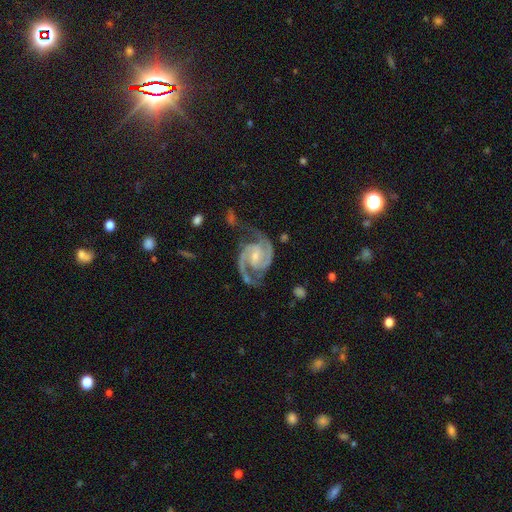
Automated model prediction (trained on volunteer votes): smooth_or_featured: featured or disk (p=0.93) [alt: star or artifact p=0.04]
disk_edge_on: no (p=0.98) [alt: yes p=0.02]
bar: weak (p=0.45) [alt: no p=0.35]
has_spiral_arms: yes (p=0.99) [alt: no p=0.01]
spiral_winding: medium (p=0.60) [alt: tight p=0.30]
spiral_arm_count: 2 (p=0.91) [alt: 3 p=0.03]
bulge_size: small (p=0.60) [alt: moderate p=0.33]
merging: none (p=0.65) [alt: minor disturbance p=0.19]